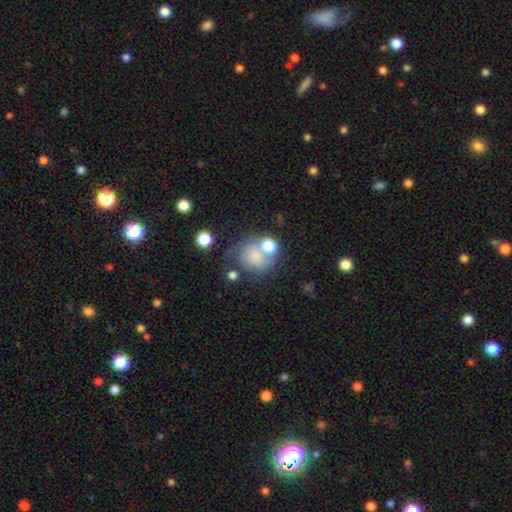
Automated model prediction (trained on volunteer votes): smooth-or-featured: smooth: 66% | featured or disk: 22% | star or artifact: 12%
  how-rounded: round: 79% | in between: 20% | cigar-shaped: 1%
  merging: none: 42% | merger: 26% | minor disturbance: 19% | major disturbance: 14%